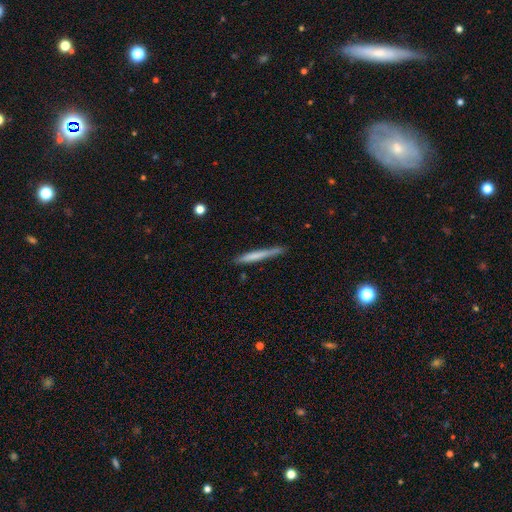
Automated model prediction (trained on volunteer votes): smooth-or-featured: smooth: 63% | featured or disk: 31% | star or artifact: 5%
  how-rounded: cigar-shaped: 97% | in between: 2% | round: 1%
  merging: none: 83% | minor disturbance: 13% | major disturbance: 2% | merger: 2%